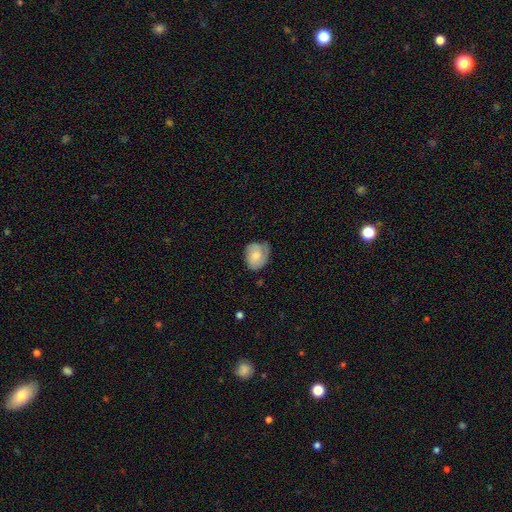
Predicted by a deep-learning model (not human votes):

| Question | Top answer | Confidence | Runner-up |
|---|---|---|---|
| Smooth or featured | smooth | 67% | featured or disk (26%) |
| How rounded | in between | 54% | round (45%) |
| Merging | none | 49% | minor disturbance (36%) |